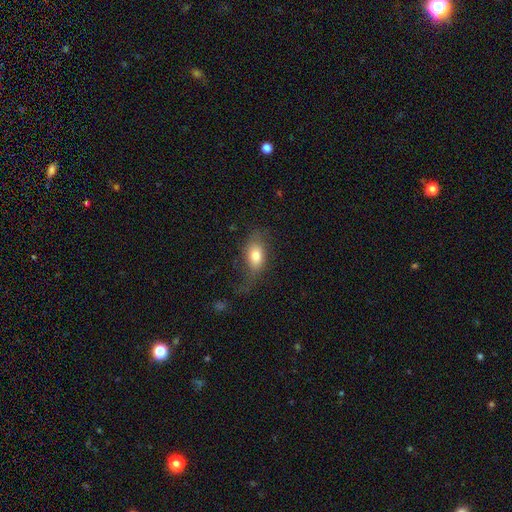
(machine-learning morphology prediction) Smooth or featured?
  - smooth: 73% *
  - featured or disk: 19%
  - star or artifact: 8%
How rounded?
  - in between: 86% *
  - round: 10%
  - cigar-shaped: 4%
Merging?
  - none: 43% *
  - major disturbance: 31%
  - minor disturbance: 24%
  - merger: 3%